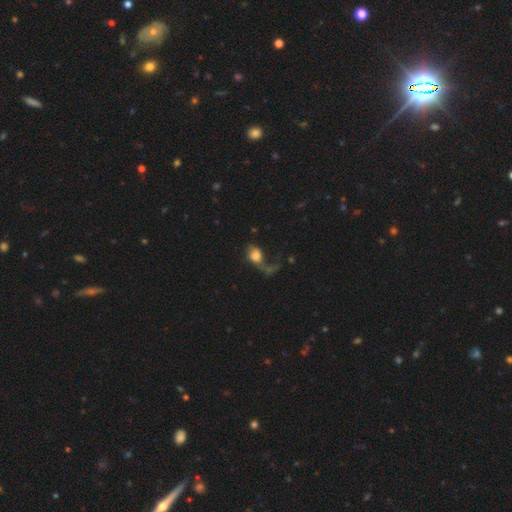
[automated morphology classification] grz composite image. It shows a smooth galaxy with no disk features (58%) that is in between round and cigar-shaped (57%). Merging: major disturbance (56%).